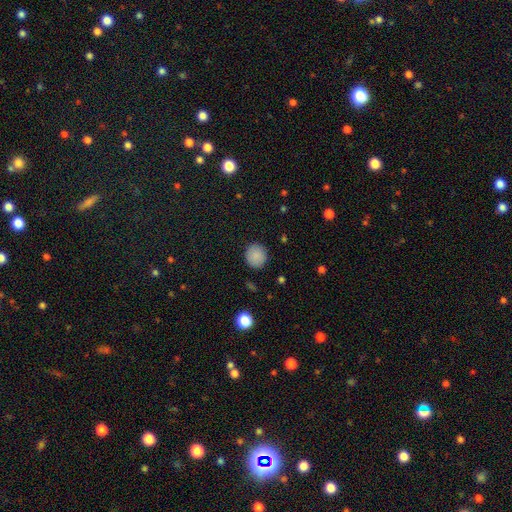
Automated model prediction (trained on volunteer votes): smooth-or-featured: smooth: 88% | star or artifact: 8% | featured or disk: 4%
  how-rounded: round: 89% | in between: 10% | cigar-shaped: 1%
  merging: none: 89% | minor disturbance: 7% | major disturbance: 2% | merger: 1%